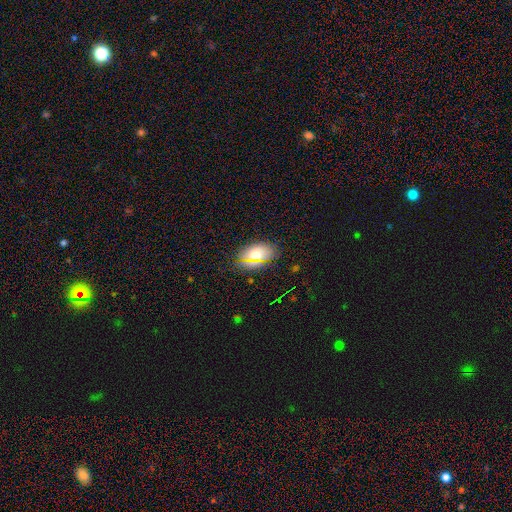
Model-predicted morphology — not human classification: This is likely a smooth galaxy (69%). How rounded: clearly in between (86%). Merging: clearly none (82%).